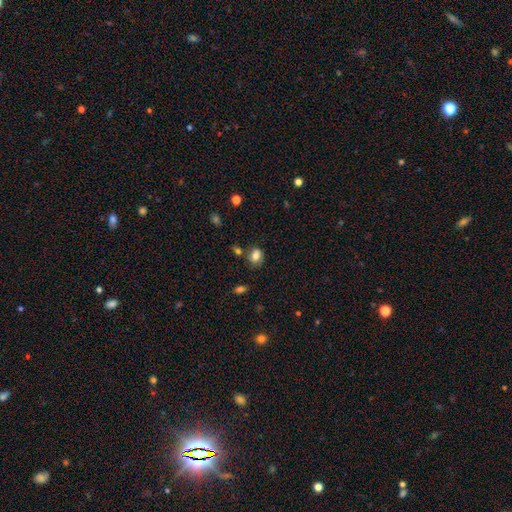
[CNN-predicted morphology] smooth 78%, star or artifact 11%, featured or disk 11%. Down the decision tree: how rounded — round (60%); merging — none (69%).